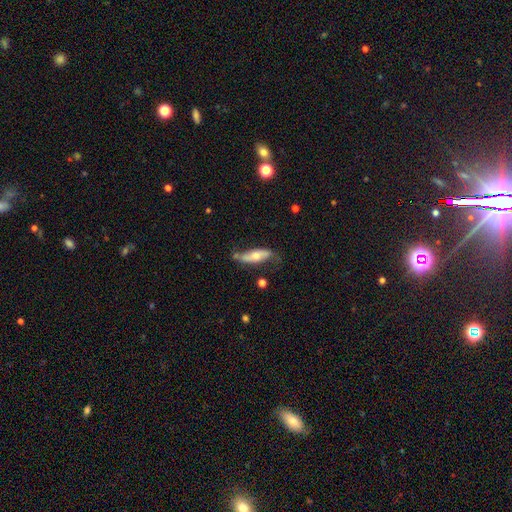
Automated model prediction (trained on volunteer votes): smooth-or-featured: featured or disk: 54% | smooth: 40% | star or artifact: 6%
  disk-edge-on: no: 62% | yes: 38%
  merging: none: 55% | minor disturbance: 30% | major disturbance: 11% | merger: 4%